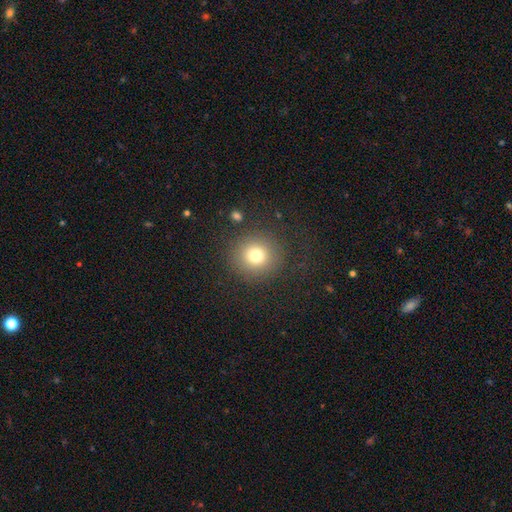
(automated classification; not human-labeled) Q: Smooth or featured?
A: smooth (75%); runner-up: star or artifact (15%)
Q: How rounded?
A: round (92%); runner-up: in between (7%)
Q: Merging?
A: none (86%); runner-up: minor disturbance (7%)